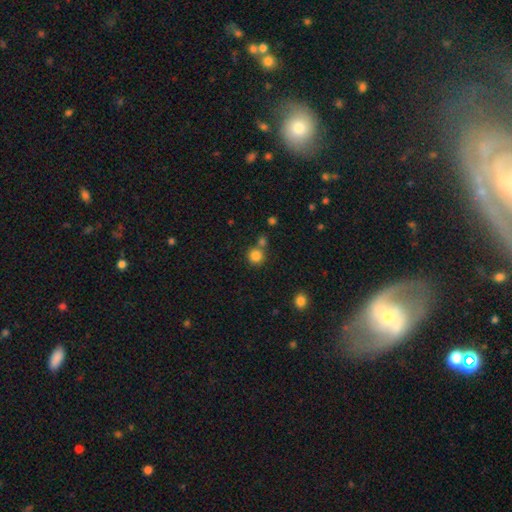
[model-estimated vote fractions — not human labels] This appears to be a smooth galaxy with no disk features (83%) that is round (92%). Merging: none (68%).